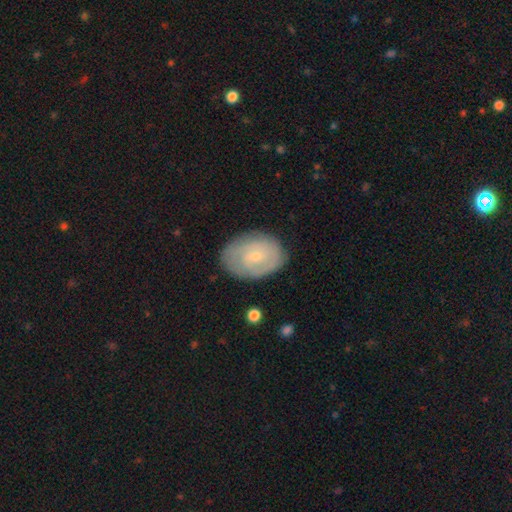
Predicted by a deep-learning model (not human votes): The model was most divided on "smooth or featured": featured or disk: 61%, smooth: 33%, star or artifact: 6%. More confident: edge-on disk — no (96%); spiral arms — yes (80%); merging — none (79%); bulge size — small (73%); bar — no (65%).